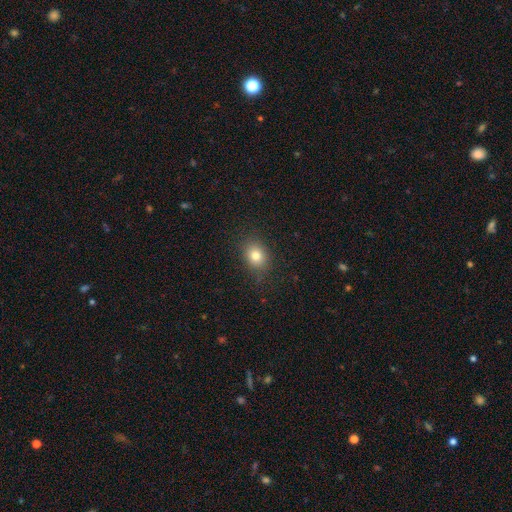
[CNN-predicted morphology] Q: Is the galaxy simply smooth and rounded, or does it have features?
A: smooth — 79%.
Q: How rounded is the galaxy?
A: round — 52%.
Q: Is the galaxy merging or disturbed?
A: none — 85%.